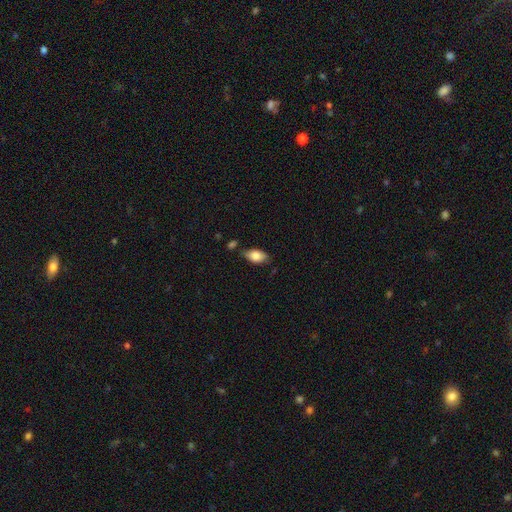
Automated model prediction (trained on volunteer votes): smooth 80%, featured or disk 13%, star or artifact 7%. Down the decision tree: how rounded — in between (91%); merging — none (72%).